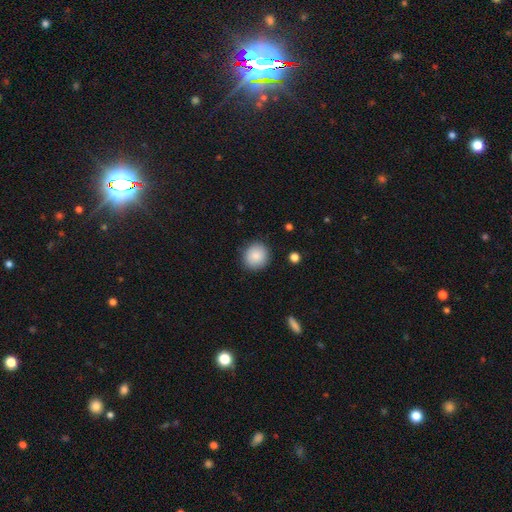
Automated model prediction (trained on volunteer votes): Q: Smooth or featured?
A: smooth (87%); runner-up: star or artifact (8%)
Q: How rounded?
A: round (89%); runner-up: in between (10%)
Q: Merging?
A: none (90%); runner-up: minor disturbance (7%)